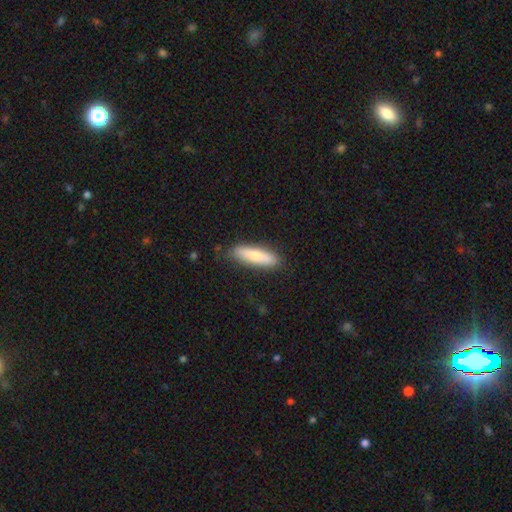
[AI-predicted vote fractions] A smooth galaxy with no disk features (73%) that is cigar-shaped (67%). Merging: none (84%).